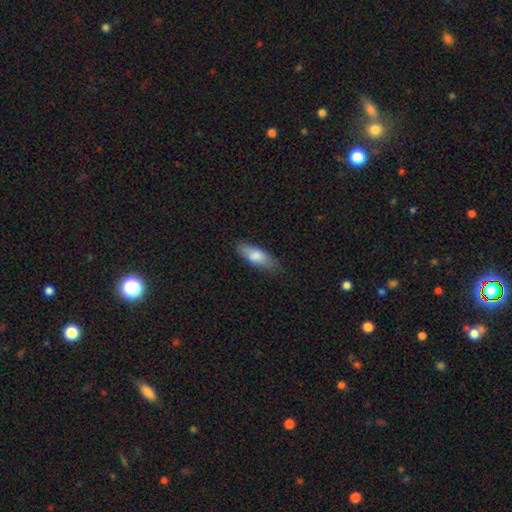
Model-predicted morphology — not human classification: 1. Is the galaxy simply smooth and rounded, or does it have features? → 78% smooth, 16% featured or disk, 6% star or artifact.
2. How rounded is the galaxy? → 69% in between, 28% cigar-shaped, 2% round.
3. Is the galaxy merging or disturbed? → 78% none, 17% minor disturbance, 3% major disturbance, 1% merger.